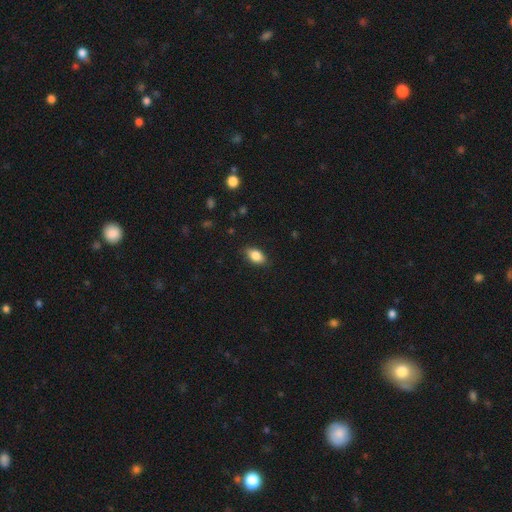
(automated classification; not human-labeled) A smooth galaxy with no disk features (83%) that is in between round and cigar-shaped (88%). Merging: none (85%).